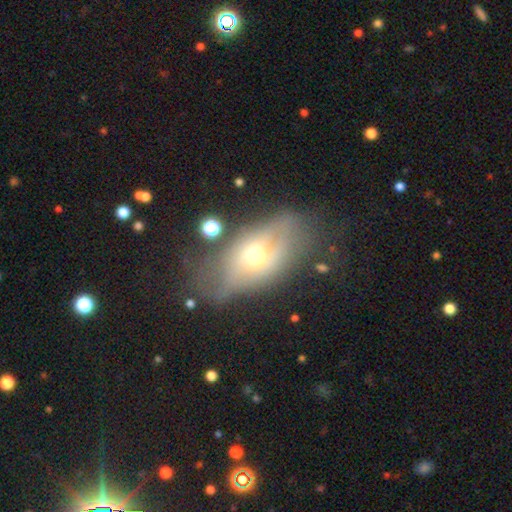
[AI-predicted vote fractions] Smooth or featured?
  - featured or disk: 51% *
  - smooth: 39%
  - star or artifact: 10%
Edge-on disk?
  - no: 71% *
  - yes: 29%
Merging?
  - none: 51% *
  - minor disturbance: 28%
  - major disturbance: 18%
  - merger: 4%